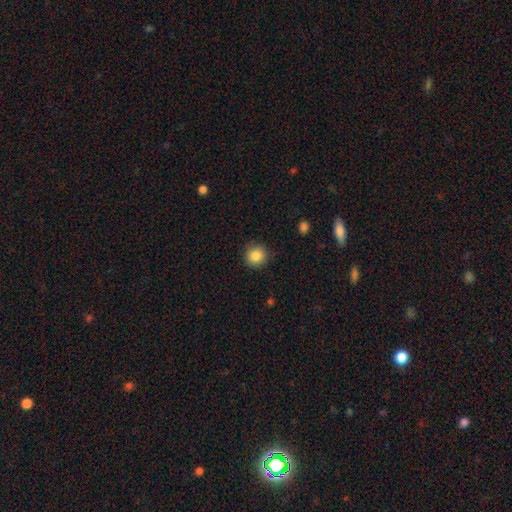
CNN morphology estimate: Smooth or featured?
  - smooth: 86% *
  - star or artifact: 9%
  - featured or disk: 4%
How rounded?
  - round: 91% *
  - in between: 8%
  - cigar-shaped: 1%
Merging?
  - none: 87% *
  - minor disturbance: 10%
  - major disturbance: 3%
  - merger: 1%